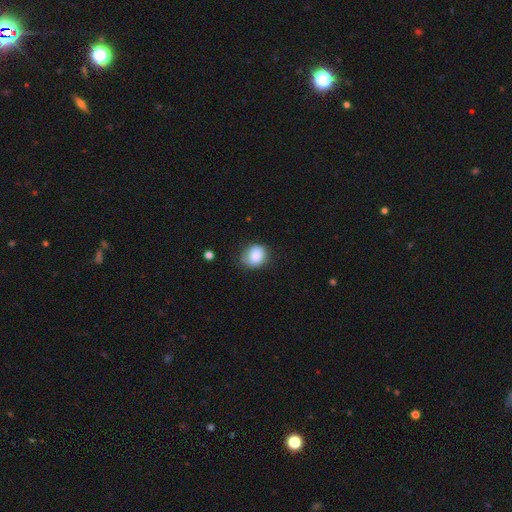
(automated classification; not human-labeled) smooth 81%, featured or disk 10%, star or artifact 8%. Down the decision tree: how rounded — round (69%); merging — none (67%).